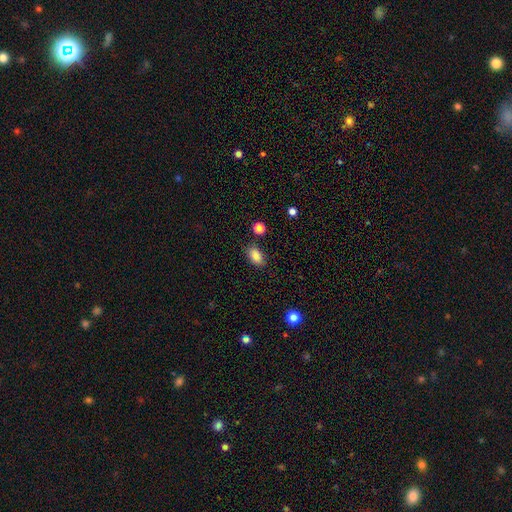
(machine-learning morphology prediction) Smooth or featured? smooth (85%)
How rounded? in between (88%)
Merging? none (82%)